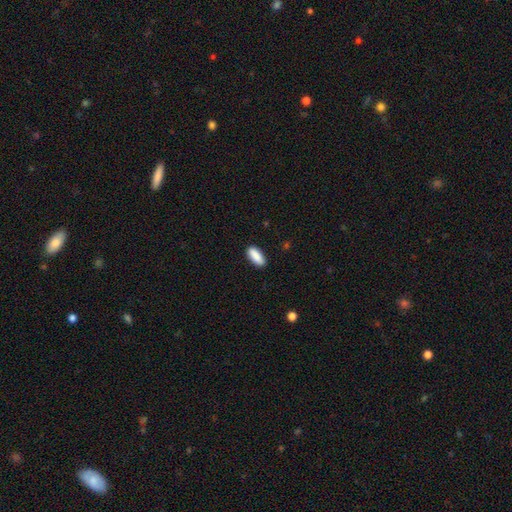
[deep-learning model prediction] Smooth or featured? smooth (90%)
How rounded? in between (78%)
Merging? none (89%)